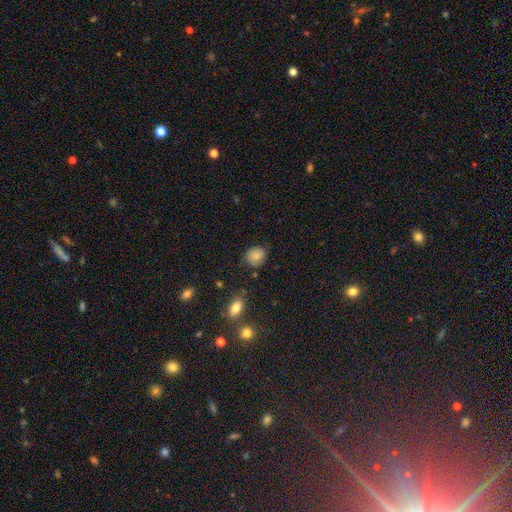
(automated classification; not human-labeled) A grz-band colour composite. It shows a smooth galaxy with no disk features (82%) that is round (66%). Merging: none (73%).